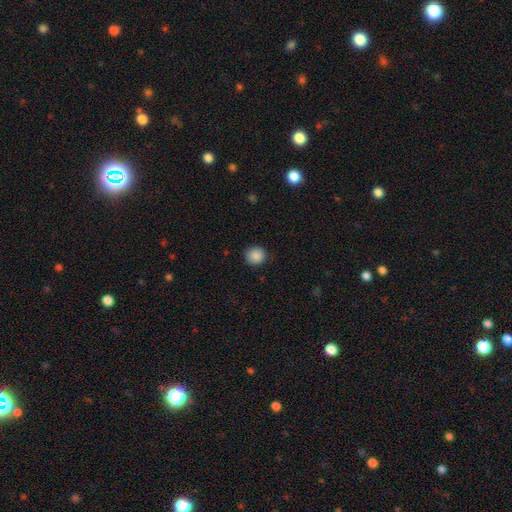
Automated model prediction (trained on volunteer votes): This appears to be a smooth galaxy with no disk features (88%) that is round (86%). Merging: none (89%).